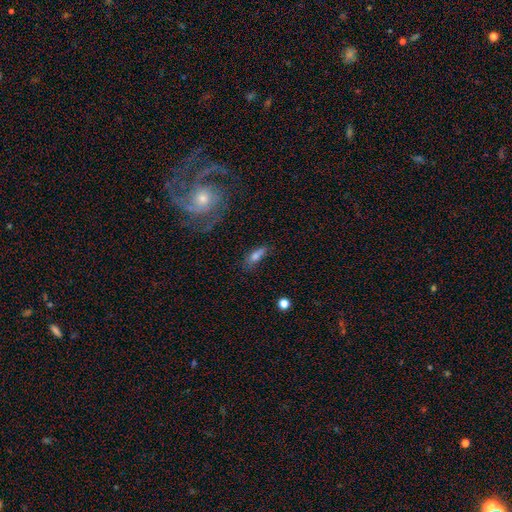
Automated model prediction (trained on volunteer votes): This appears to be a smooth galaxy with no disk features (69%) that is in between round and cigar-shaped (61%). Merging: none (59%).